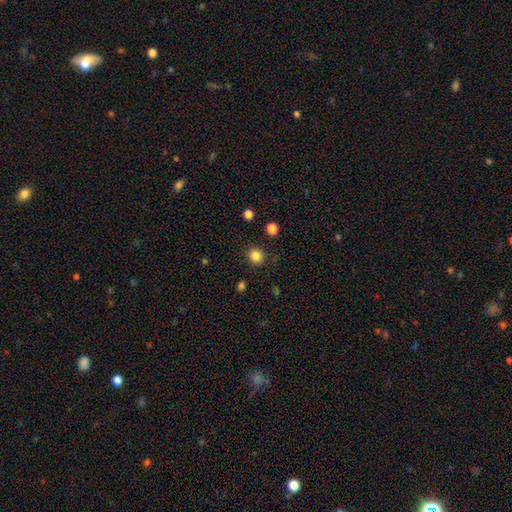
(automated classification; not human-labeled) This appears to be a smooth galaxy with no disk features (84%) that is round (90%). Merging: none (89%).